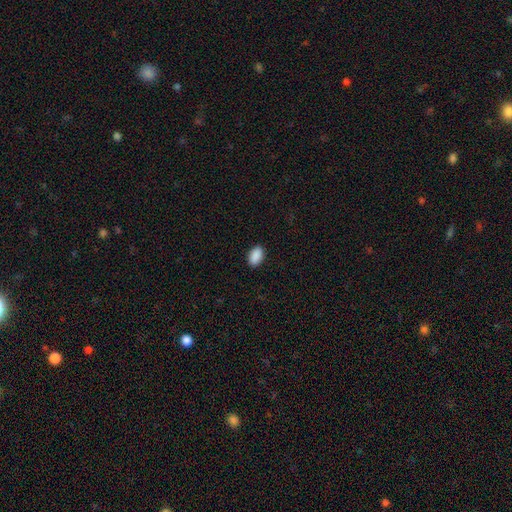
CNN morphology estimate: Overall: smooth (91%). How rounded: in between (92%). Merging: none (90%).